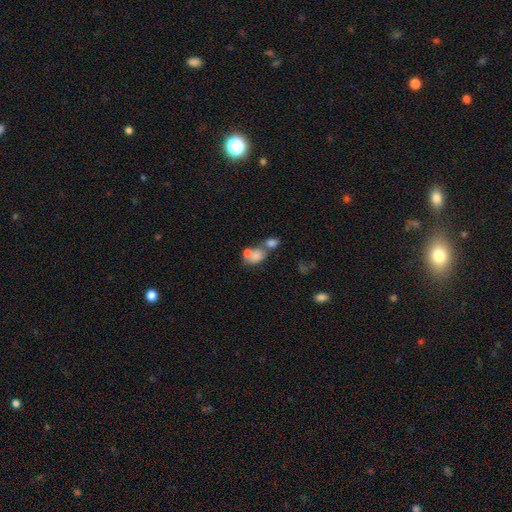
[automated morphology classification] smooth-or-featured: smooth: 73% | featured or disk: 17% | star or artifact: 10%
  how-rounded: in between: 66% | round: 32% | cigar-shaped: 2%
  merging: merger: 55% | none: 26% | minor disturbance: 11% | major disturbance: 8%